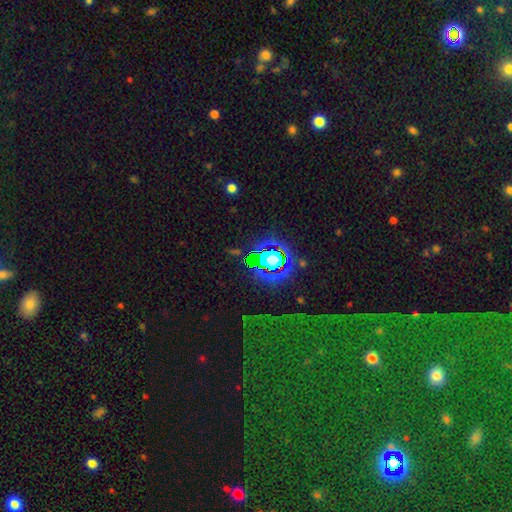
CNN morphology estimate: smooth_or_featured: star or artifact (p=0.81) [alt: smooth p=0.10]